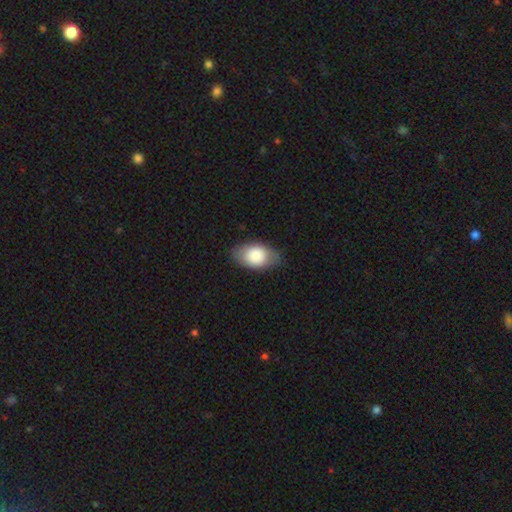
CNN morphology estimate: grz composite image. It shows a smooth galaxy with no disk features (79%) that is in between round and cigar-shaped (88%). Merging: none (80%).